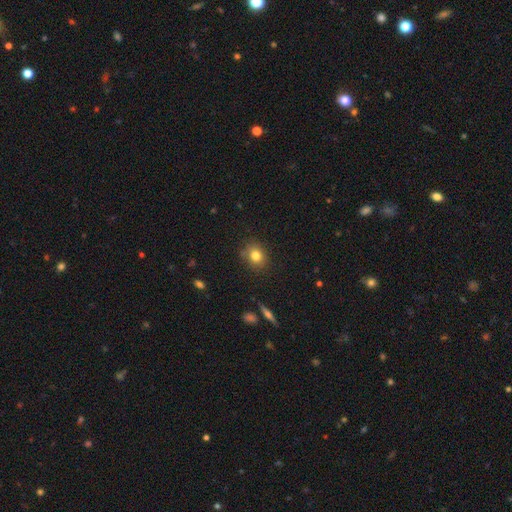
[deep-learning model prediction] This appears to be a smooth galaxy with no disk features (80%) that is round (69%). Merging: none (83%).